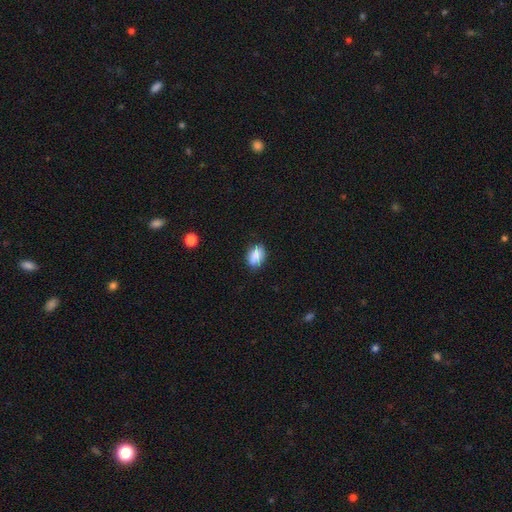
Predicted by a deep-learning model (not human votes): smooth 87%, star or artifact 8%, featured or disk 6%. Down the decision tree: how rounded — in between (82%); merging — none (79%).